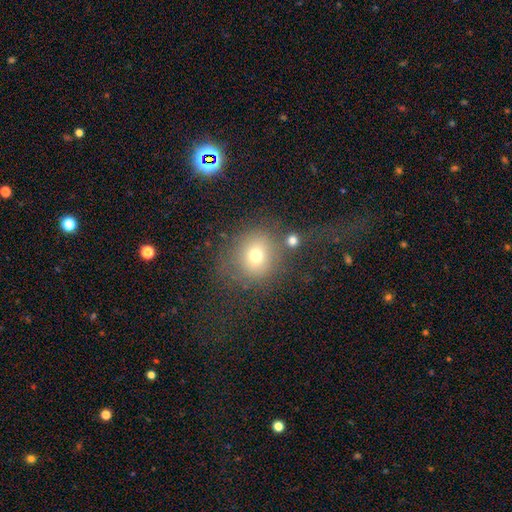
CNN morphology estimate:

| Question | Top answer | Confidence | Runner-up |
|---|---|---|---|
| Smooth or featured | smooth | 70% | star or artifact (15%) |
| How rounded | round | 85% | in between (14%) |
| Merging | none | 65% | minor disturbance (14%) |